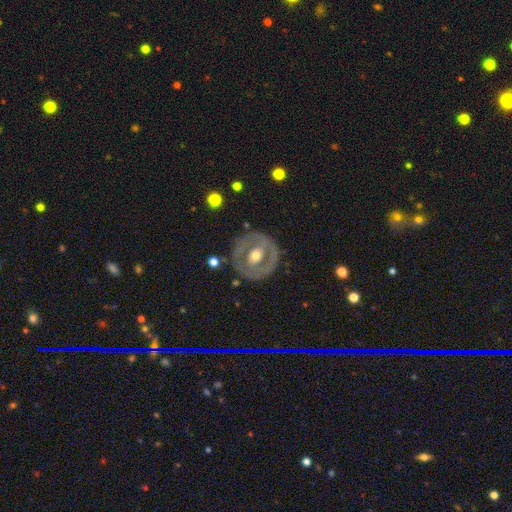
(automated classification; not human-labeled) This is likely a featured or disk galaxy (65%). It is clearly not viewed edge-on (96%). Bar: possibly no (58%). Spiral arm pattern: likely no (73%). Central bulge: likely moderate (72%). Merging: likely none (78%).